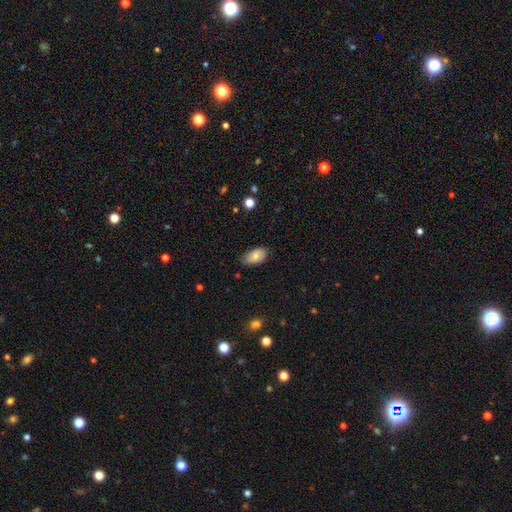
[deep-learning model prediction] Smooth or featured? Predicted: smooth (p=0.74). How rounded? Predicted: in between (p=0.93). Merging? Predicted: none (p=0.76).